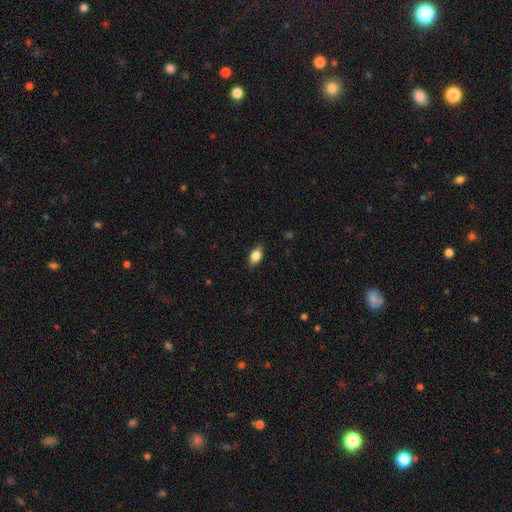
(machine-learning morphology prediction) Smooth or featured: smooth — 80% (featured or disk — 12%)
How rounded: in between — 87% (round — 7%)
Merging: none — 85% (minor disturbance — 11%)